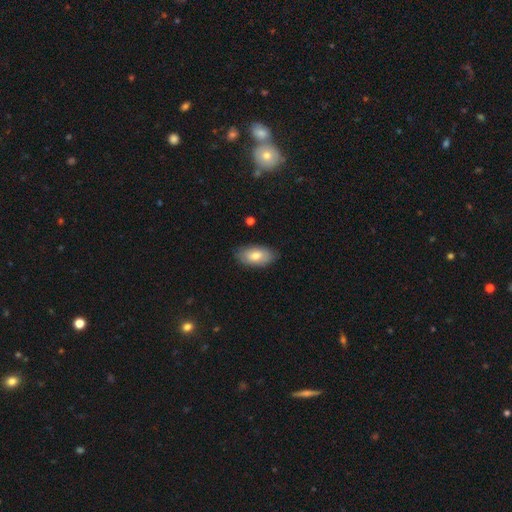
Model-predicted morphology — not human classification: smooth 75%, featured or disk 18%, star or artifact 6%. Down the decision tree: how rounded — in between (93%); merging — none (84%).